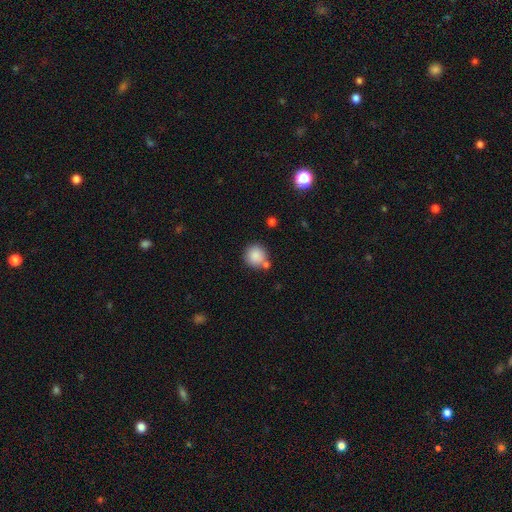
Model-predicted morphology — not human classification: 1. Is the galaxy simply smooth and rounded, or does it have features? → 87% smooth, 9% star or artifact, 5% featured or disk.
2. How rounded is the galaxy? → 92% round, 7% in between, 1% cigar-shaped.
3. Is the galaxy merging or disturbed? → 72% none, 14% merger, 11% minor disturbance, 3% major disturbance.